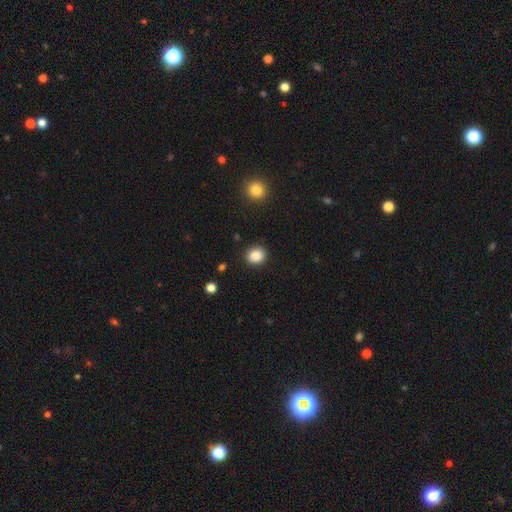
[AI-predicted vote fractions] A smooth galaxy with no disk features (87%) that is round (76%).

Vote fractions:
- Smooth or featured? smooth: 87% / star or artifact: 9% / featured or disk: 4%
- How rounded? round: 76% / in between: 23% / cigar-shaped: 1%
- Merging? none: 89% / minor disturbance: 7% / major disturbance: 2% / merger: 1%